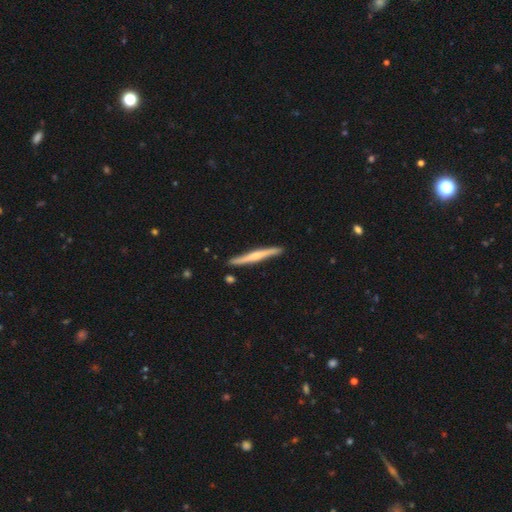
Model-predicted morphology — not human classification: A featured or disk galaxy (61%) viewed edge-on (97%) with a rounded central bulge (64%). Merging: none (88%).